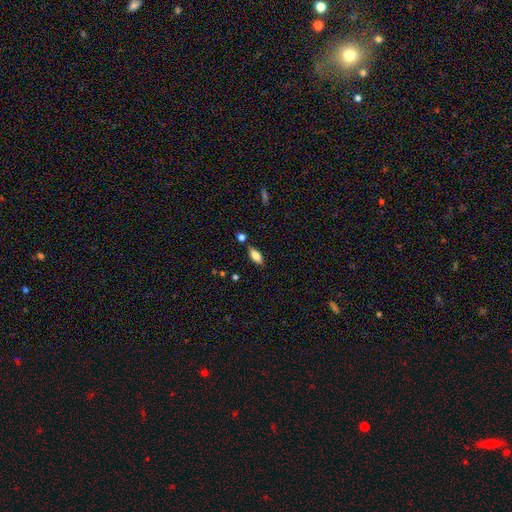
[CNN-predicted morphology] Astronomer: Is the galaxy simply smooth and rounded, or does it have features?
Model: smooth — 79%.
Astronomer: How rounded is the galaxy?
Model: in between — 81%.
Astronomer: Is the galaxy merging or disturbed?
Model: none — 79%.